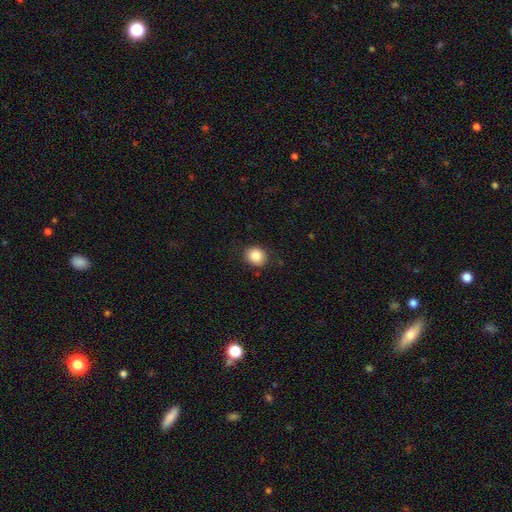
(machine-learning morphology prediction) Smooth or featured? Predicted: smooth (p=0.85). How rounded? Predicted: round (p=0.75). Merging? Predicted: none (p=0.87).